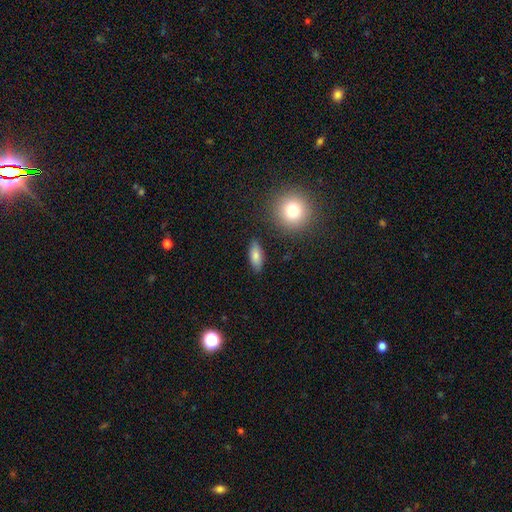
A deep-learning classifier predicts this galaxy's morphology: This is clearly a smooth galaxy (81%). How rounded: likely in between (78%). Merging: clearly none (86%).